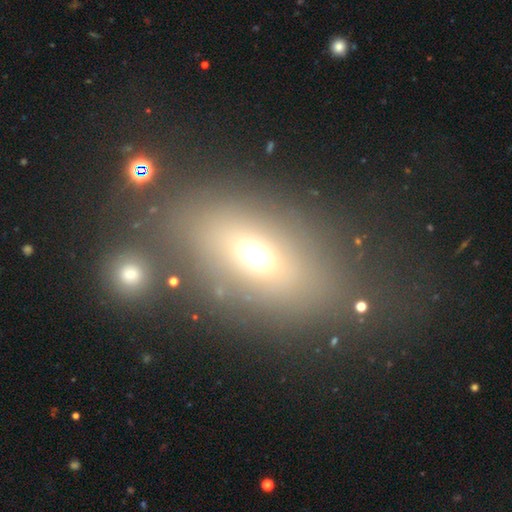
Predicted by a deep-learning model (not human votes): This is likely a smooth galaxy (62%). How rounded: likely in between (78%). Merging: likely none (70%).